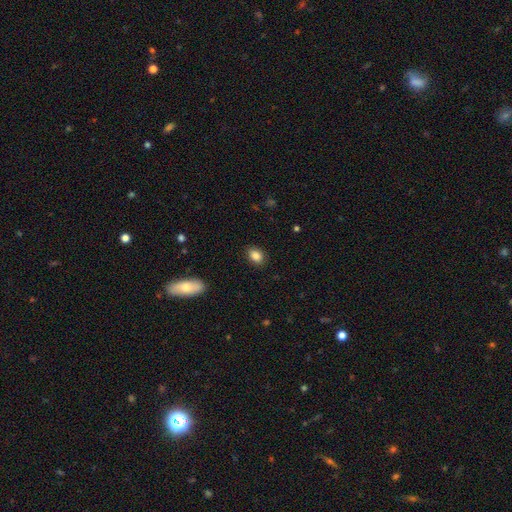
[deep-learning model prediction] Smooth or featured: smooth — 86% (star or artifact — 9%)
How rounded: in between — 68% (round — 31%)
Merging: none — 87% (minor disturbance — 9%)